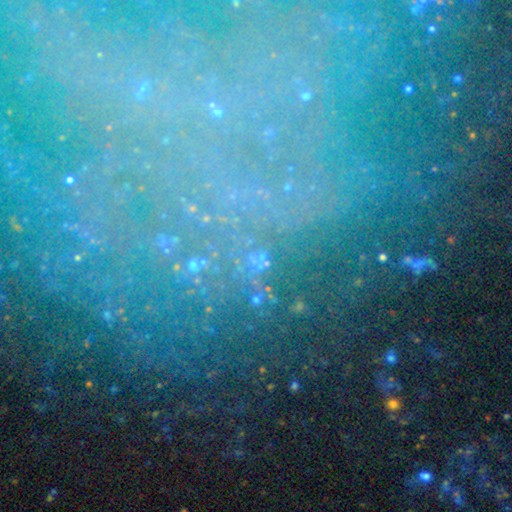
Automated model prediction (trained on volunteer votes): Morphology: type=star or artifact (64%).